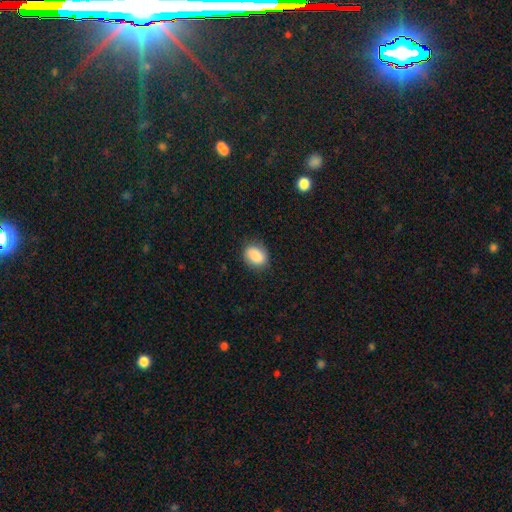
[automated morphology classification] Smooth or featured: smooth — 87% (star or artifact — 7%)
How rounded: in between — 65% (round — 33%)
Merging: none — 83% (minor disturbance — 13%)